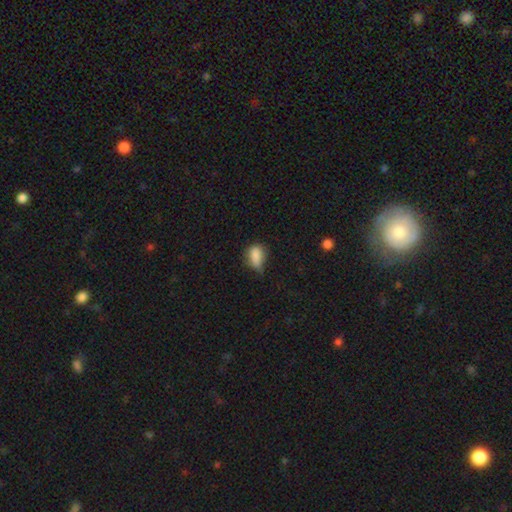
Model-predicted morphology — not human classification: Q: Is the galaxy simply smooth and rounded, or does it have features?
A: smooth — 82%.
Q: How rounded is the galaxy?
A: in between — 81%.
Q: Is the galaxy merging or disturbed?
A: minor disturbance — 44%.